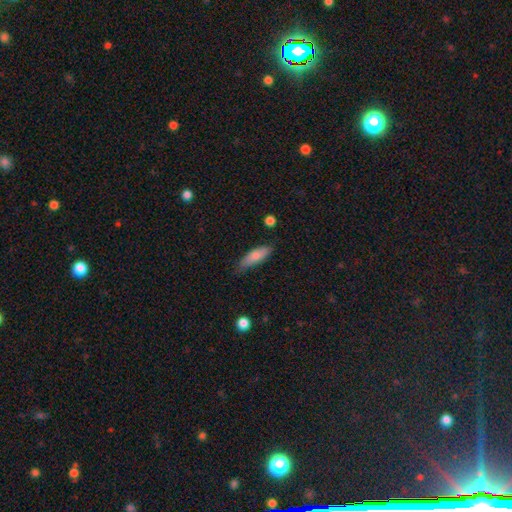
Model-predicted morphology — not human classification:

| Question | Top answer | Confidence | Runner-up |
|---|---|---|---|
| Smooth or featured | smooth | 79% | featured or disk (15%) |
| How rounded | in between | 51% | cigar-shaped (47%) |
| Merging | none | 72% | minor disturbance (22%) |